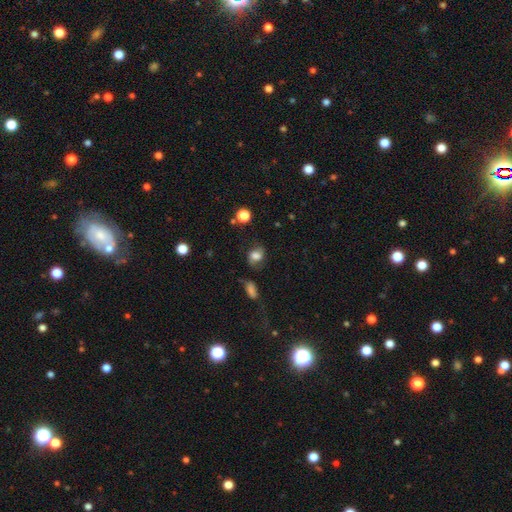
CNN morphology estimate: Overall: smooth (64%; featured or disk 24%). How rounded: in between (55%; round 43%). Merging: none (61%; minor disturbance 23%).